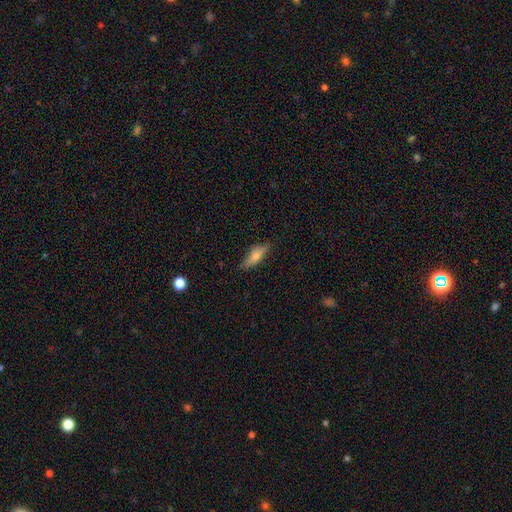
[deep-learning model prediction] smooth-or-featured: smooth: 66% | featured or disk: 26% | star or artifact: 7%
  how-rounded: in between: 53% | cigar-shaped: 44% | round: 3%
  merging: none: 73% | minor disturbance: 21% | major disturbance: 4% | merger: 1%